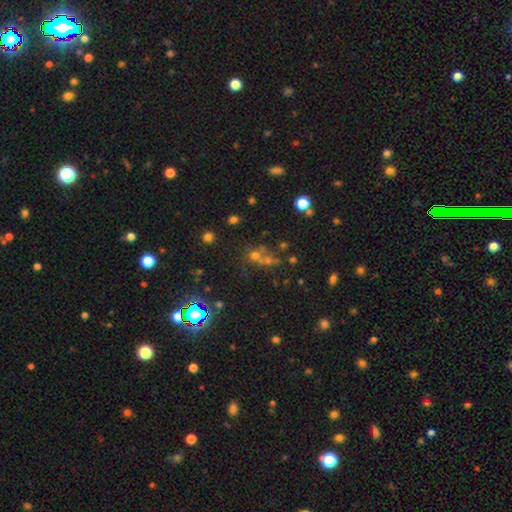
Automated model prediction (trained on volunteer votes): Smooth or featured? smooth (43%)
Merging? none (44%)